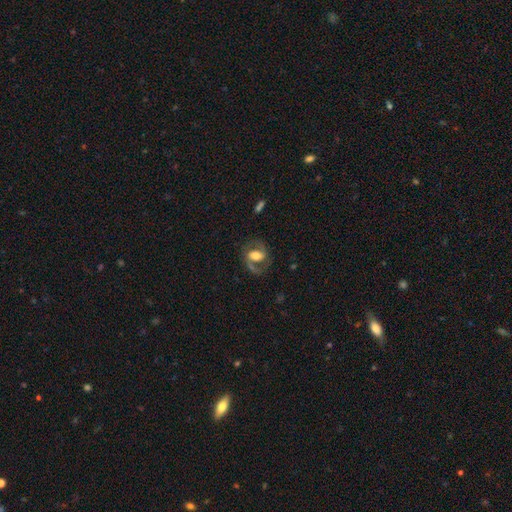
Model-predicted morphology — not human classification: Smooth or featured? Predicted: featured or disk (p=0.75). Edge-on disk? Predicted: no (p=0.96). Bar? Predicted: weak (p=0.39). Spiral arms? Predicted: yes (p=0.89). Spiral winding? Predicted: medium (p=0.56). Spiral arm count? Predicted: 2 (p=0.88). Bulge size? Predicted: moderate (p=0.56). Merging? Predicted: none (p=0.71).